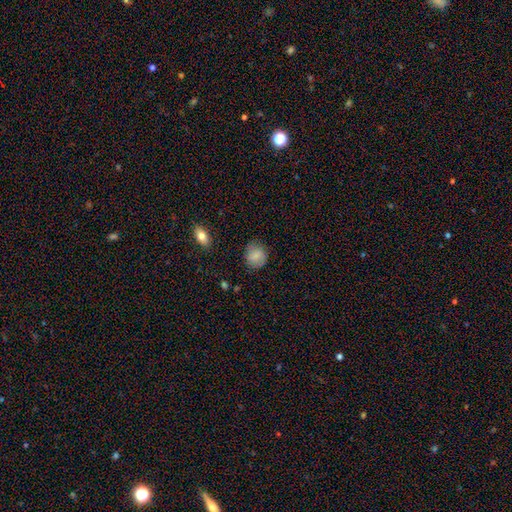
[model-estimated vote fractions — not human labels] This is clearly a smooth galaxy (84%). How rounded: likely round (76%). Merging: likely none (78%).